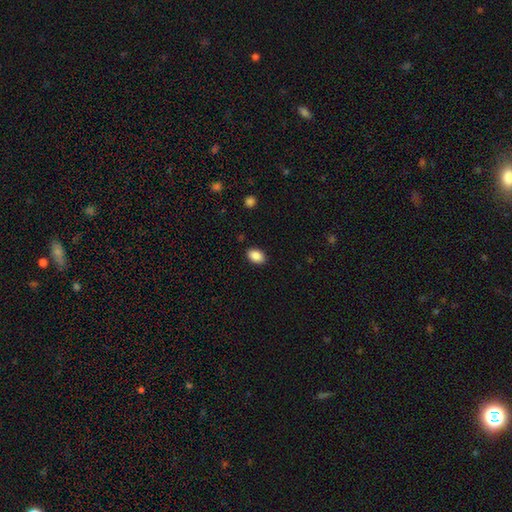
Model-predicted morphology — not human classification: This is clearly a smooth galaxy (88%). How rounded: clearly in between (83%). Merging: clearly none (88%).